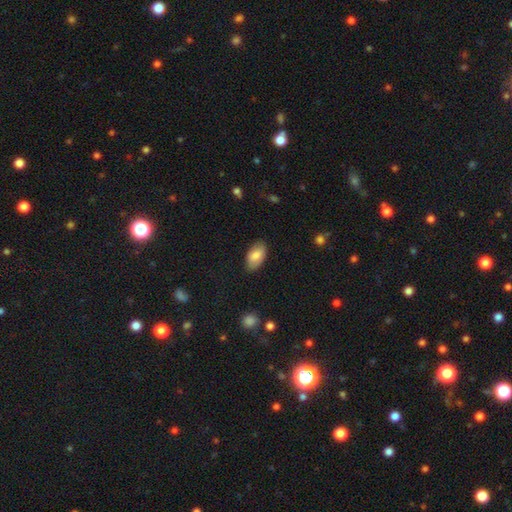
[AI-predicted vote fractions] A smooth galaxy with no disk features (82%) that is in between round and cigar-shaped (94%). Merging: none (81%).